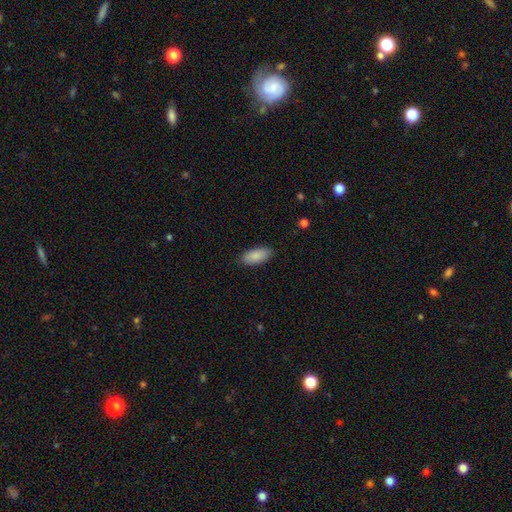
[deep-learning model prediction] Overall: smooth (88%). How rounded: in between (89%). Merging: none (86%).